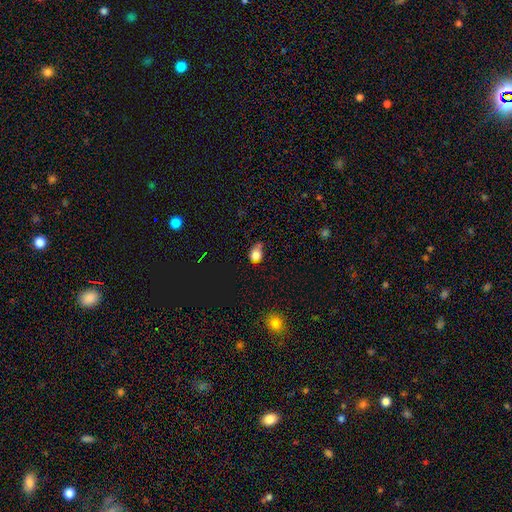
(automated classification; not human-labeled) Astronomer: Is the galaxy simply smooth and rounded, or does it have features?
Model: smooth — 77%.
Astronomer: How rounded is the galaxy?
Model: round — 55% (runner-up: in between, 44%).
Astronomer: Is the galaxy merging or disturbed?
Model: none — 47% (runner-up: minor disturbance, 34%).